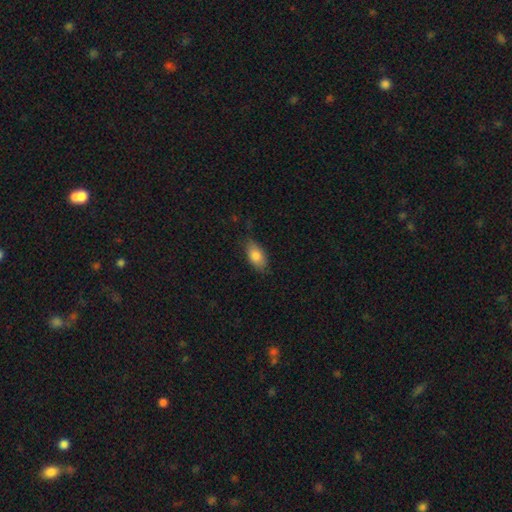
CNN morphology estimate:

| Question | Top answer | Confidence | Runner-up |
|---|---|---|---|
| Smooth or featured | smooth | 83% | featured or disk (10%) |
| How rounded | in between | 91% | round (5%) |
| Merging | none | 76% | minor disturbance (19%) |